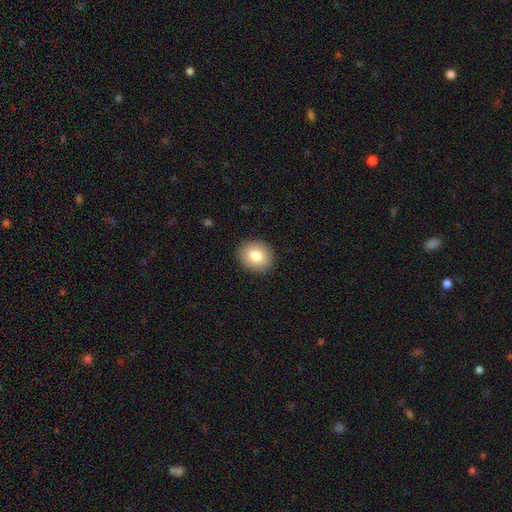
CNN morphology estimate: A smooth galaxy with no disk features (81%) that is round (63%). Merging: none (90%).